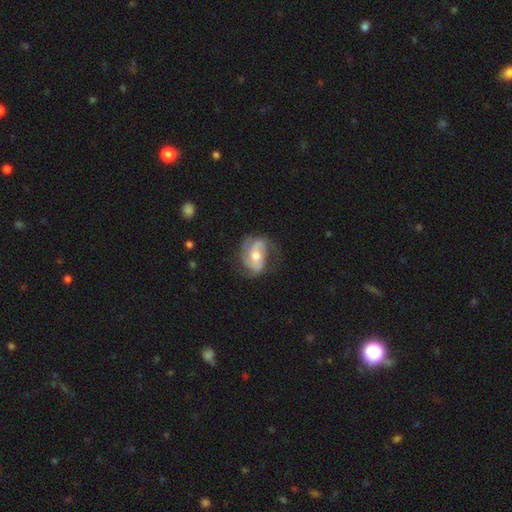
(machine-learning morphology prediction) Smooth or featured?
  - featured or disk: 78% *
  - smooth: 15%
  - star or artifact: 7%
Edge-on disk?
  - no: 97% *
  - yes: 3%
Bar?
  - no: 46% *
  - weak: 36%
  - strong: 18%
Spiral arms?
  - yes: 92% *
  - no: 8%
Spiral winding?
  - medium: 45% *
  - tight: 31%
  - loose: 24%
Spiral arm count?
  - 2: 54% *
  - 3: 20%
  - can't tell: 14%
  - 1: 5%
  - 4: 3%
  - more than 4: 3%
Bulge size?
  - moderate: 65% *
  - small: 27%
  - large: 5%
  - none: 1%
  - dominant: 1%
Merging?
  - none: 61% *
  - minor disturbance: 22%
  - major disturbance: 16%
  - merger: 1%